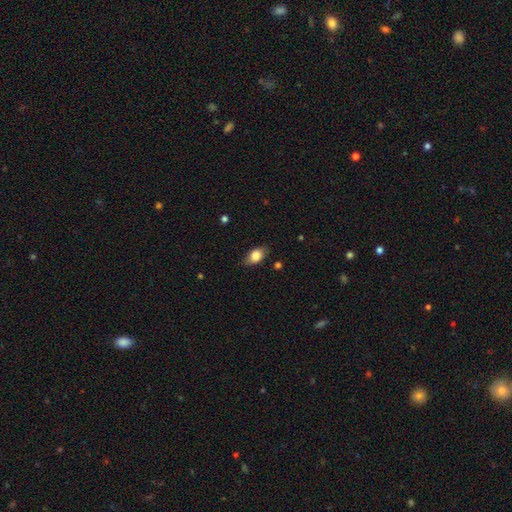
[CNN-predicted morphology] Smooth or featured? Predicted: smooth (p=0.82). How rounded? Predicted: in between (p=0.87). Merging? Predicted: none (p=0.80).